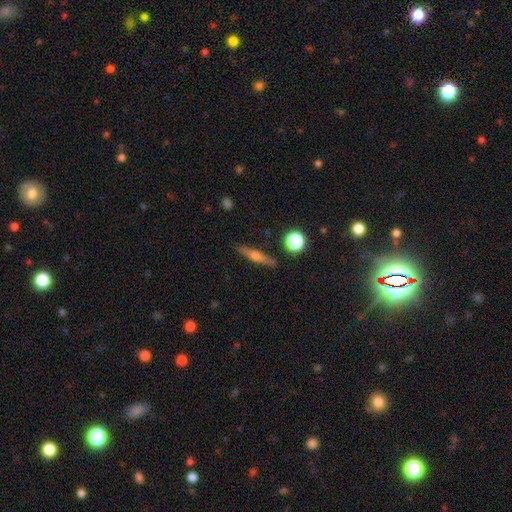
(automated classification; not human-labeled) A featured or disk galaxy (53%) viewed edge-on (95%) with a rounded central bulge (84%). Merging: none (88%).